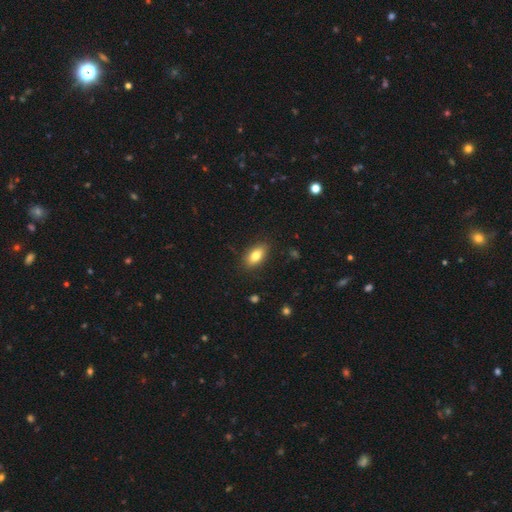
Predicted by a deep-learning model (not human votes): Q: Smooth or featured?
A: smooth (79%); runner-up: featured or disk (13%)
Q: How rounded?
A: in between (87%); runner-up: cigar-shaped (8%)
Q: Merging?
A: none (87%); runner-up: minor disturbance (10%)